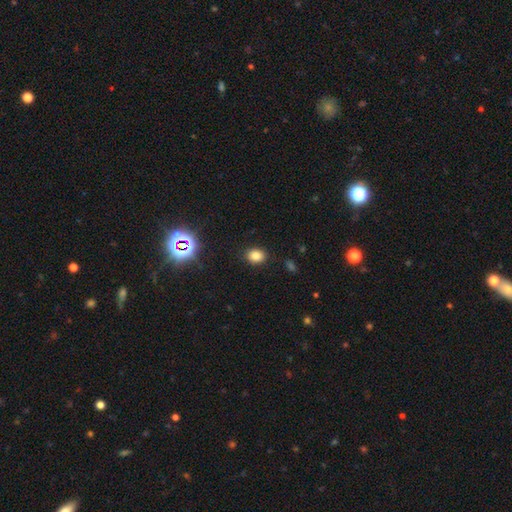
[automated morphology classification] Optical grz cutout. It shows a smooth galaxy with no disk features (80%) that is in between round and cigar-shaped (57%). Merging: none (87%).